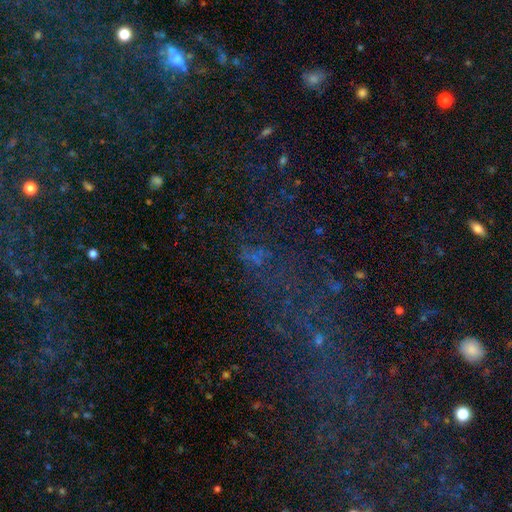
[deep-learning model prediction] Overall: star or artifact (54%; smooth 24%).